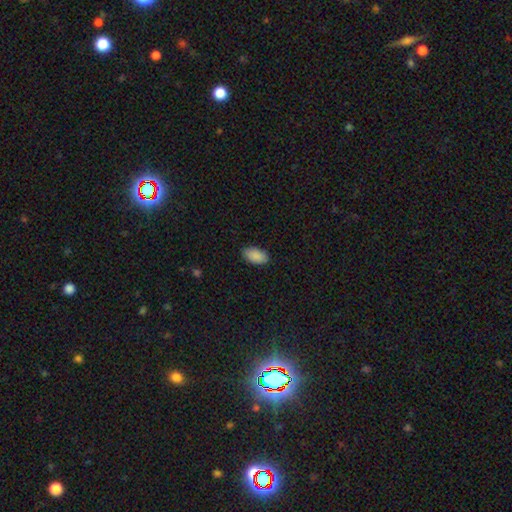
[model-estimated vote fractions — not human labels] This is clearly a smooth galaxy (90%). How rounded: clearly in between (94%). Merging: clearly none (86%).